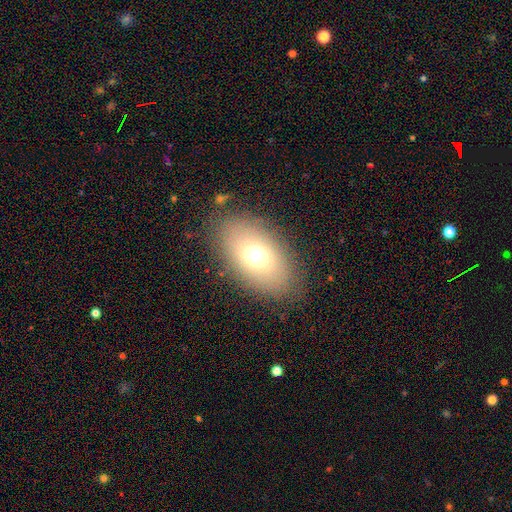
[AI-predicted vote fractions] Overall: smooth (66%). How rounded: in between (82%). Merging: none (83%).